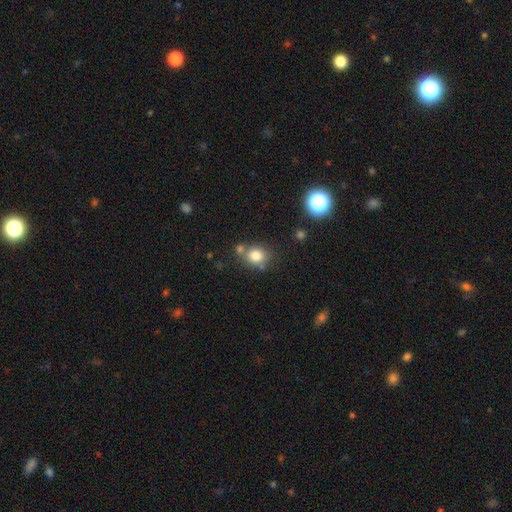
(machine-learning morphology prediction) smooth-or-featured: smooth: 80% | star or artifact: 12% | featured or disk: 8%
  how-rounded: round: 74% | in between: 25% | cigar-shaped: 1%
  merging: none: 65% | merger: 19% | minor disturbance: 13% | major disturbance: 4%